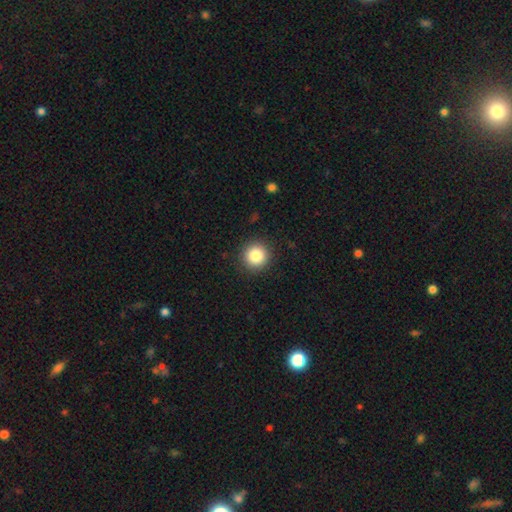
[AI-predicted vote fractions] Smooth or featured? smooth (85%)
How rounded? round (95%)
Merging? none (91%)